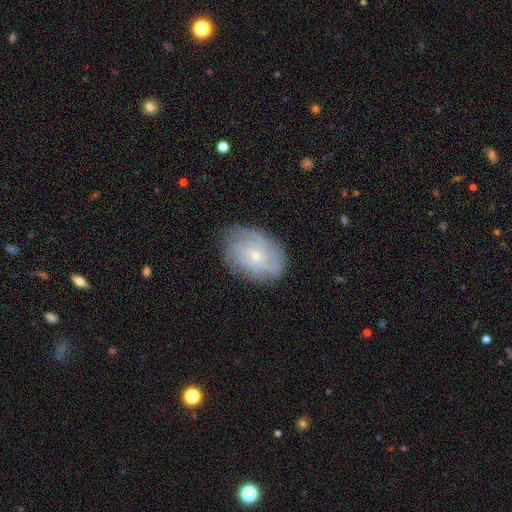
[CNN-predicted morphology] This is likely a featured or disk galaxy (77%). It is clearly not viewed edge-on (96%). Bar: likely no (77%). Spiral arm pattern: clearly yes (93%). Spiral arm count: marginally can't tell (39%). Spiral winding: likely tight (70%). Central bulge: likely small (74%). Merging: likely none (79%).